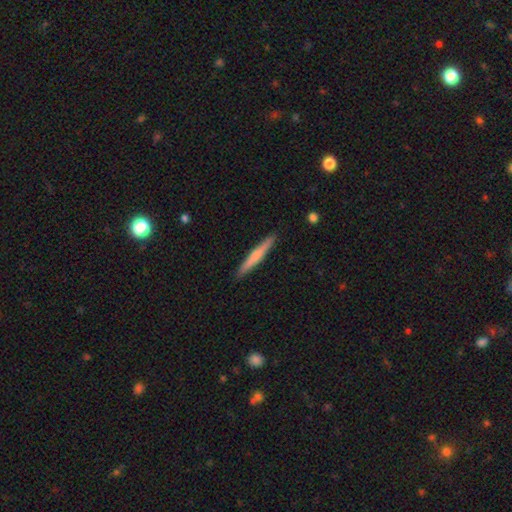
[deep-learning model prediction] A smooth galaxy with no disk features (58%) that is cigar-shaped (96%). Merging: none (91%).